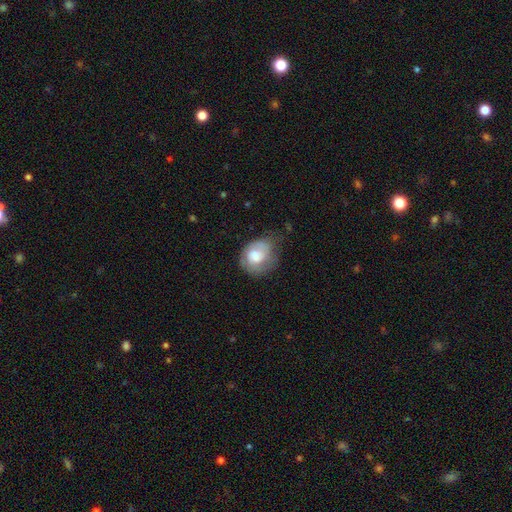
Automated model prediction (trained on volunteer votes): smooth-or-featured: smooth: 47% | featured or disk: 46% | star or artifact: 7%
  merging: none: 45% | minor disturbance: 33% | major disturbance: 20% | merger: 2%